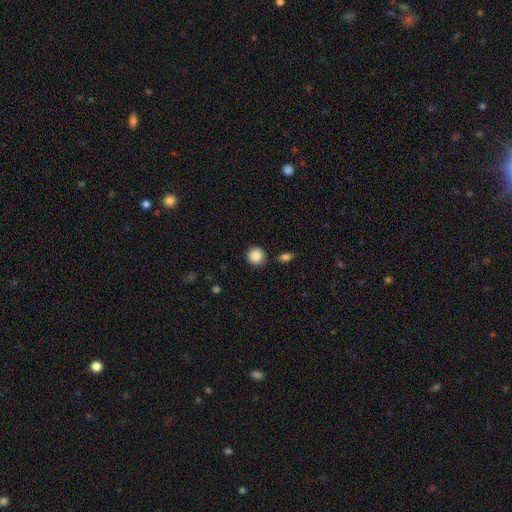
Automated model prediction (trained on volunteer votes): This appears to be a smooth galaxy with no disk features (88%) that is round (91%). Merging: none (87%).